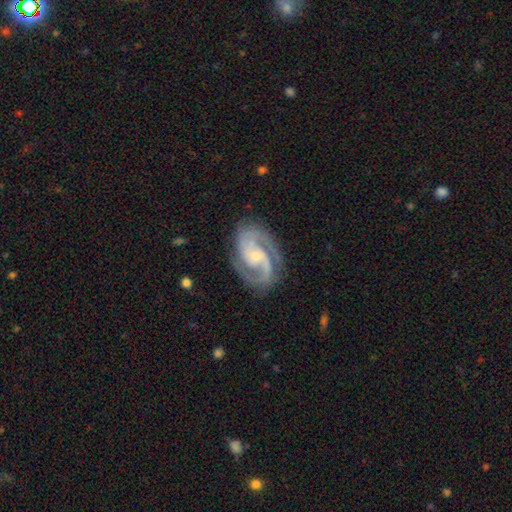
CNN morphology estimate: Smooth or featured? Predicted: featured or disk (p=0.92). Edge-on disk? Predicted: no (p=0.98). Bar? Predicted: no (p=0.56). Spiral arms? Predicted: yes (p=0.98). Spiral winding? Predicted: medium (p=0.53). Spiral arm count? Predicted: 2 (p=0.83). Bulge size? Predicted: small (p=0.68). Merging? Predicted: none (p=0.80).